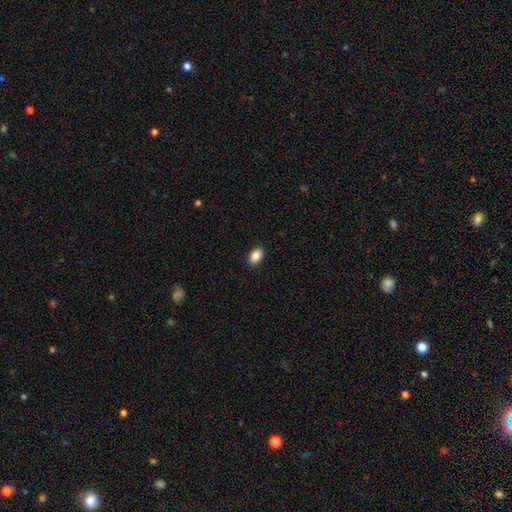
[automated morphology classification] Q: Smooth or featured?
A: smooth (88%); runner-up: star or artifact (8%)
Q: How rounded?
A: in between (85%); runner-up: round (14%)
Q: Merging?
A: none (91%); runner-up: minor disturbance (7%)